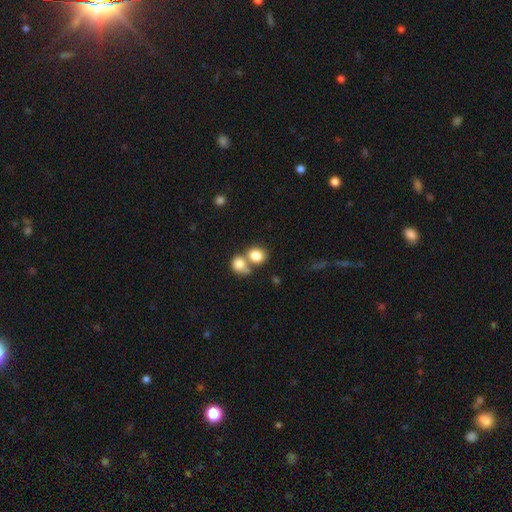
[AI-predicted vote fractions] Morphology: type=smooth (81%); roundness=round (64%); merging=merger (49%).